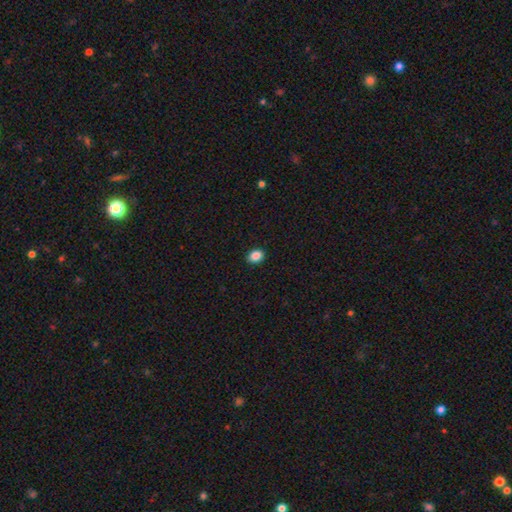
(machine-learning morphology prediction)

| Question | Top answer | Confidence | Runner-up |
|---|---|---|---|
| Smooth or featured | smooth | 87% | star or artifact (9%) |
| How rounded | in between | 62% | round (37%) |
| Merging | none | 91% | minor disturbance (7%) |